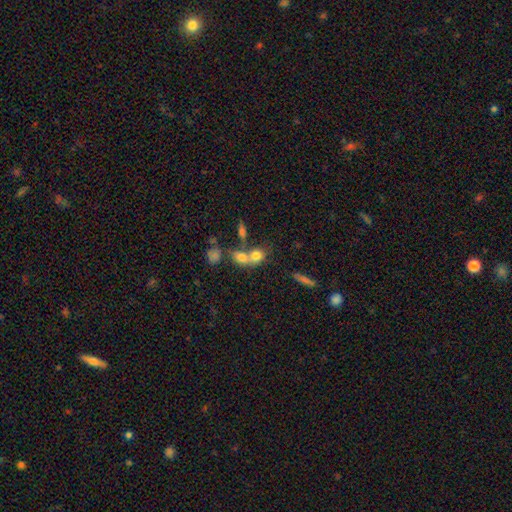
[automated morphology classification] Q: Smooth or featured?
A: smooth (72%); runner-up: featured or disk (16%)
Q: How rounded?
A: round (54%); runner-up: in between (42%)
Q: Merging?
A: merger (61%); runner-up: none (27%)